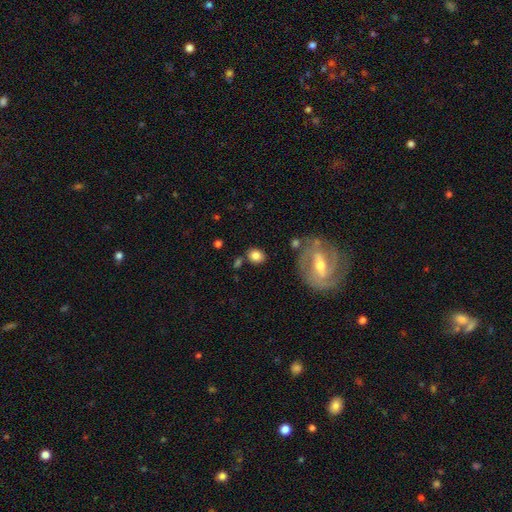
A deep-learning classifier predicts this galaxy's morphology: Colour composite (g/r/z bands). It shows a smooth galaxy with no disk features (79%) that is round (51%). Merging: none (77%).